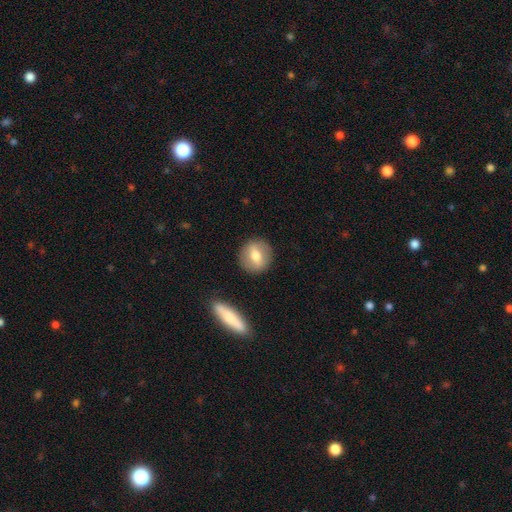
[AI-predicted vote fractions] Q: Smooth or featured?
A: smooth (63%); runner-up: featured or disk (30%)
Q: How rounded?
A: round (78%); runner-up: in between (20%)
Q: Merging?
A: none (87%); runner-up: minor disturbance (8%)